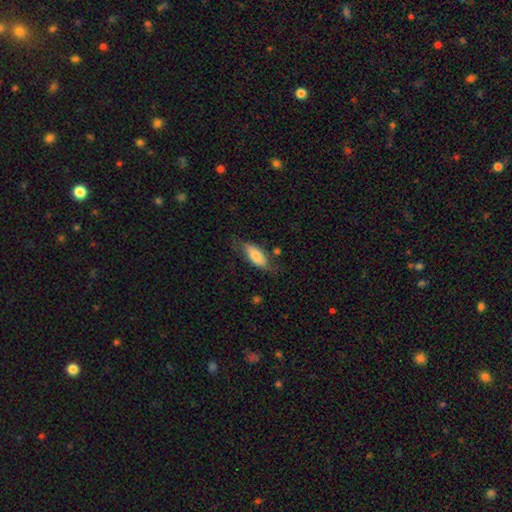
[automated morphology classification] Q: Smooth or featured?
A: smooth (72%); runner-up: featured or disk (21%)
Q: How rounded?
A: in between (78%); runner-up: cigar-shaped (19%)
Q: Merging?
A: none (60%); runner-up: minor disturbance (27%)